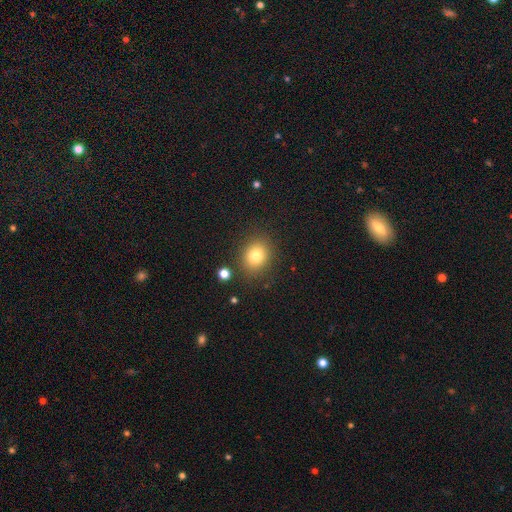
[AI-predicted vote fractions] smooth_or_featured: smooth (p=0.80) [alt: star or artifact p=0.12]
how_rounded: round (p=0.66) [alt: in between p=0.33]
merging: none (p=0.84) [alt: minor disturbance p=0.09]